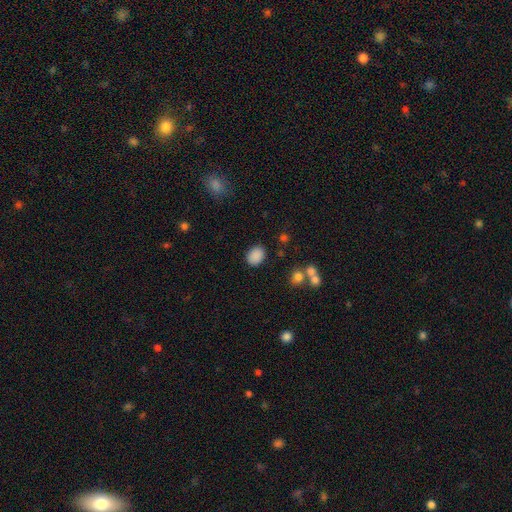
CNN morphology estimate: This is clearly a smooth galaxy (86%). How rounded: likely in between (62%). Merging: clearly none (84%).